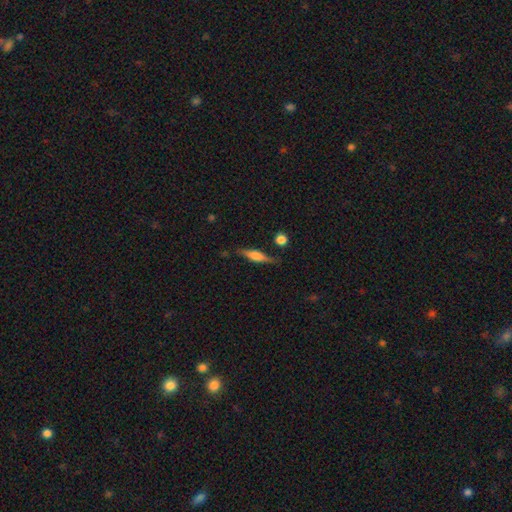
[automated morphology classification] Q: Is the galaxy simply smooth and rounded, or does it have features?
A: featured or disk — 59%.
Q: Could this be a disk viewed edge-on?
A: yes — 96%.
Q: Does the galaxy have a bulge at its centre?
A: rounded — 68%.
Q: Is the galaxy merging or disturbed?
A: none — 80%.